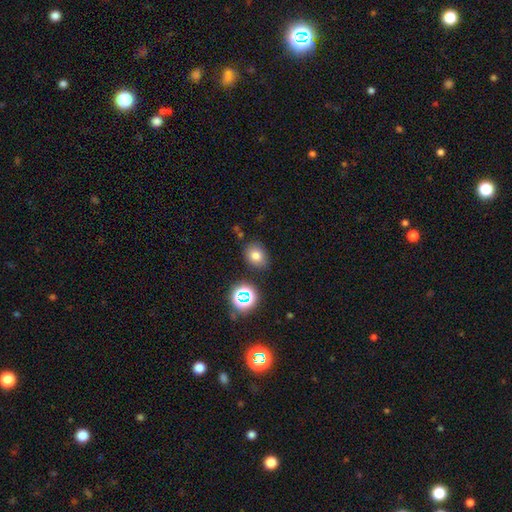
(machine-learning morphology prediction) The model was most divided on "how rounded": in between: 50%, round: 49%, cigar-shaped: 1%. More confident: merging — none (80%); smooth or featured — smooth (74%).